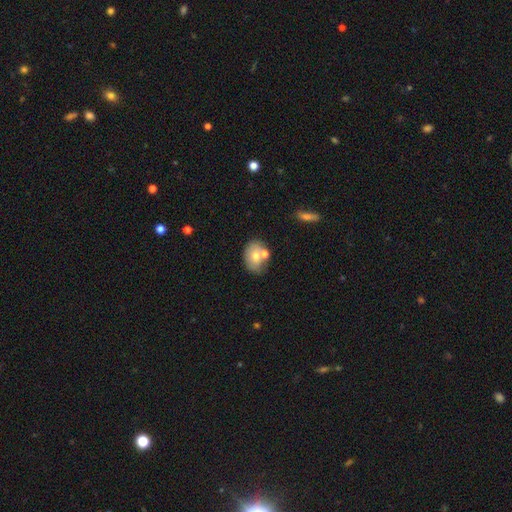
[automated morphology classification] Overall: smooth (67%). How rounded: in between (71%). Merging: none (56%; merger 24%).